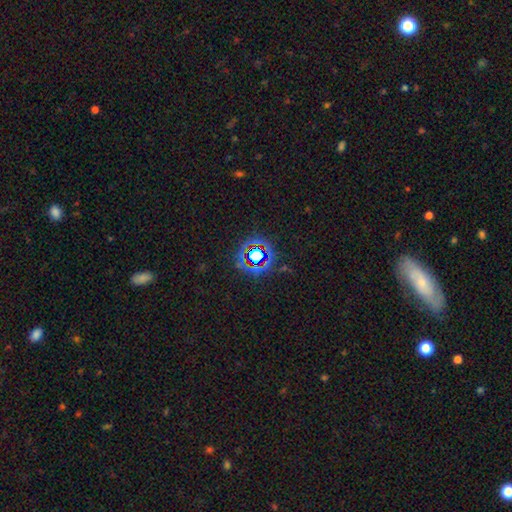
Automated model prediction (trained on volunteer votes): star or artifact 70%, smooth 18%, featured or disk 11%.